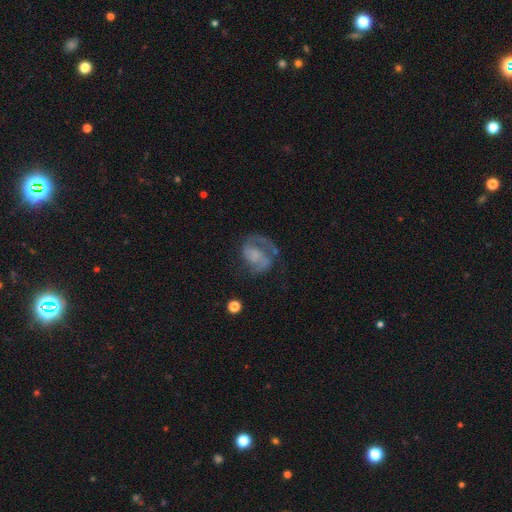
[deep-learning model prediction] This appears to be a featured or disk galaxy (71%) with no bar (61%), 2 (52%) medium (44%) spiral arms (85%) and no central bulge (55%). Merging: none (46%).